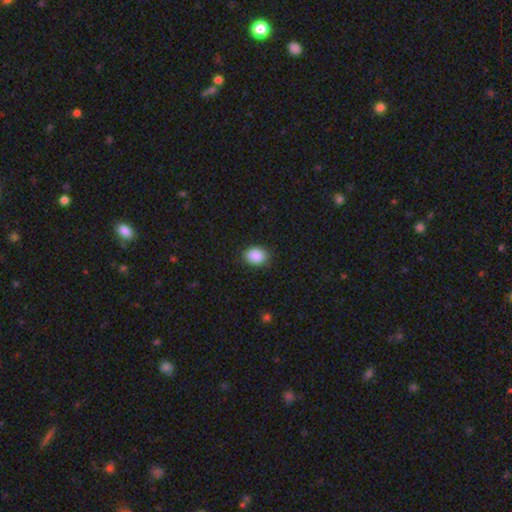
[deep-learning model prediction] Morphology: type=smooth (89%); roundness=in between (57%); merging=none (84%).